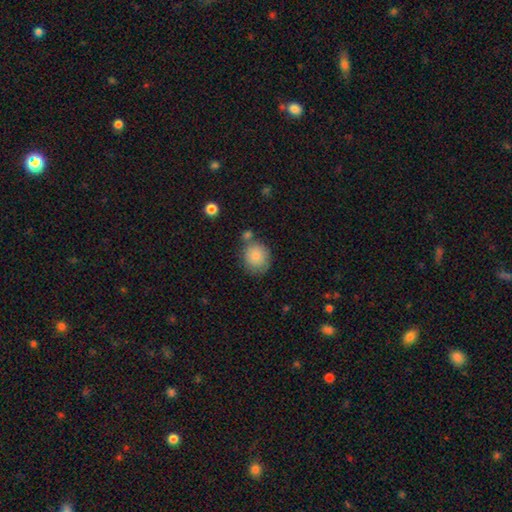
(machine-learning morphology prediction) A smooth galaxy with no disk features (85%) that is round (75%).

Vote fractions:
- Smooth or featured? smooth: 85% / featured or disk: 8% / star or artifact: 7%
- How rounded? round: 75% / in between: 24% / cigar-shaped: 1%
- Merging? none: 62% / minor disturbance: 18% / merger: 15% / major disturbance: 5%